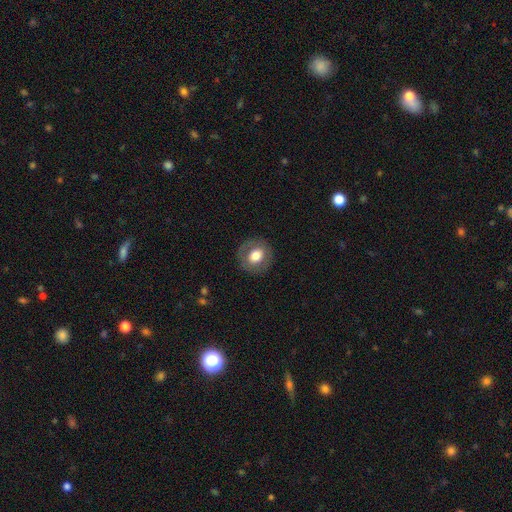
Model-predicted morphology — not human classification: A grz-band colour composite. It shows a smooth galaxy with no disk features (67%) that is round (83%). Merging: none (87%).